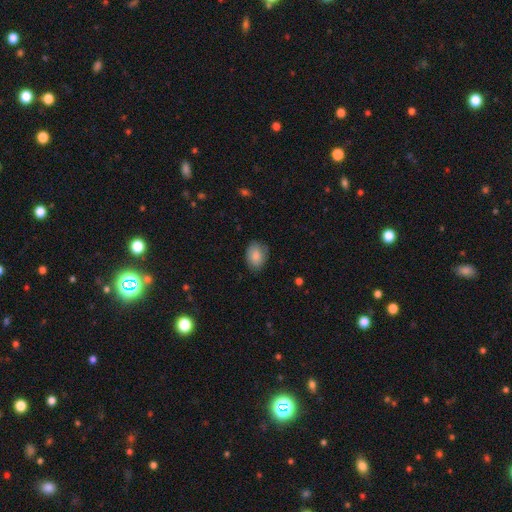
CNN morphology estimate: The model was most divided on "how rounded": in between: 76%, round: 23%, cigar-shaped: 1%. More confident: smooth or featured — smooth (83%); merging — none (78%).